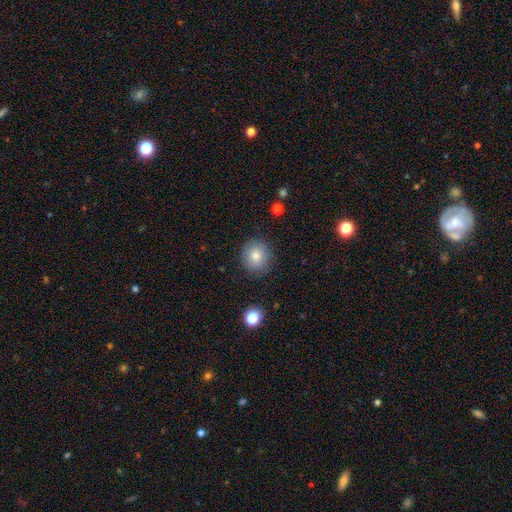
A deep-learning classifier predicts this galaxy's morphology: Smooth or featured? smooth (81%)
How rounded? round (89%)
Merging? none (88%)